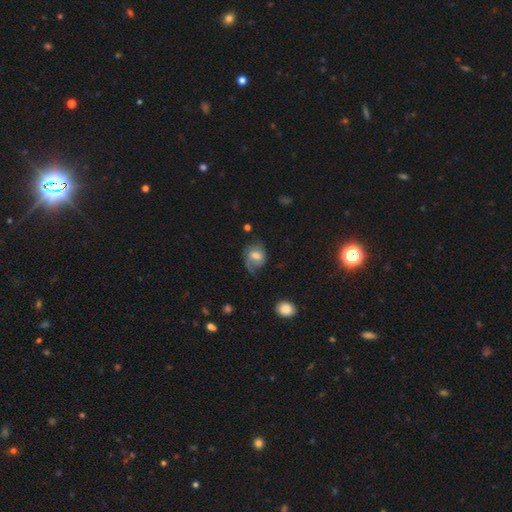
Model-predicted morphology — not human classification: A featured or disk galaxy (51%). Merging: none (44%).